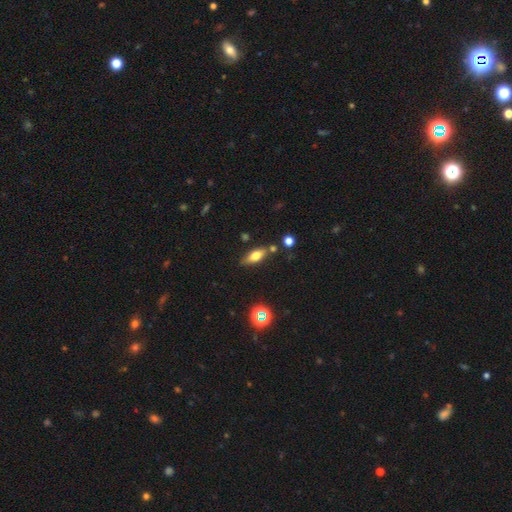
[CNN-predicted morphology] A smooth galaxy with no disk features (64%) that is in between round and cigar-shaped (72%). Merging: none (75%).